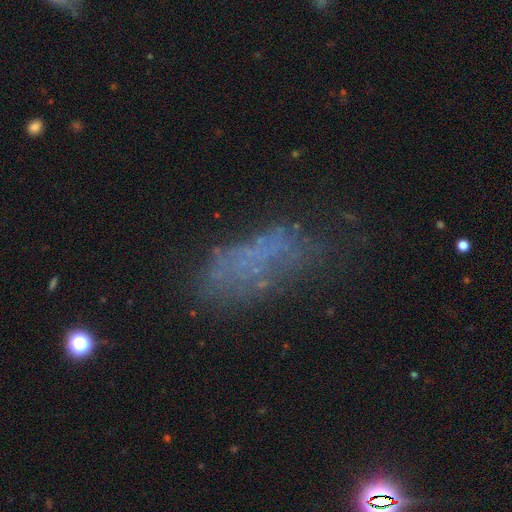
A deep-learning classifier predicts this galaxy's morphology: Q: Smooth or featured?
A: featured or disk (40%); runner-up: smooth (38%)
Q: Merging?
A: none (46%); runner-up: major disturbance (25%)